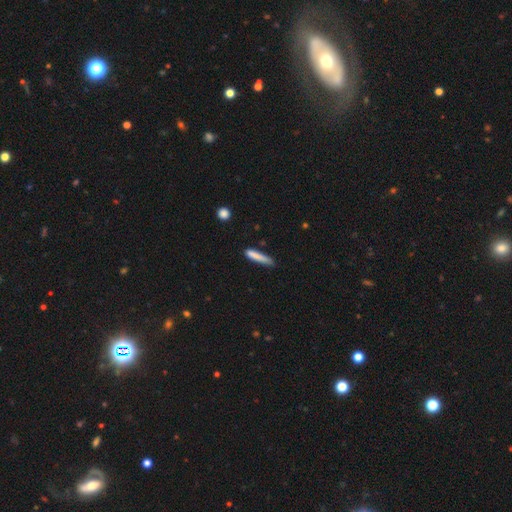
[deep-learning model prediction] smooth 81%, featured or disk 12%, star or artifact 7%. Down the decision tree: how rounded — cigar-shaped (91%); merging — none (69%).